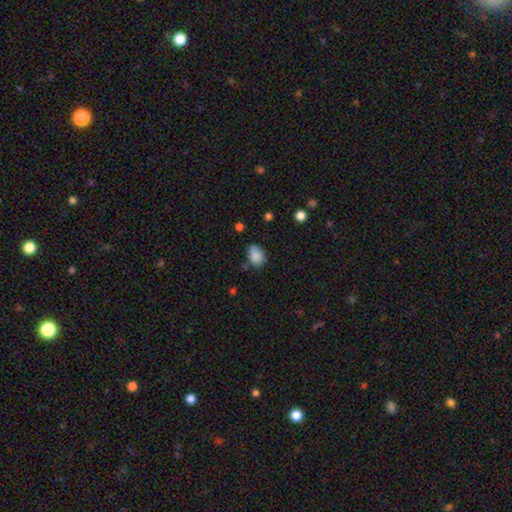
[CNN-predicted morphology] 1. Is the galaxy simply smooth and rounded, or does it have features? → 87% smooth, 9% star or artifact, 4% featured or disk.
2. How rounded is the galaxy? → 73% in between, 26% round, 1% cigar-shaped.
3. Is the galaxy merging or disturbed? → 66% none, 25% minor disturbance, 5% major disturbance, 4% merger.